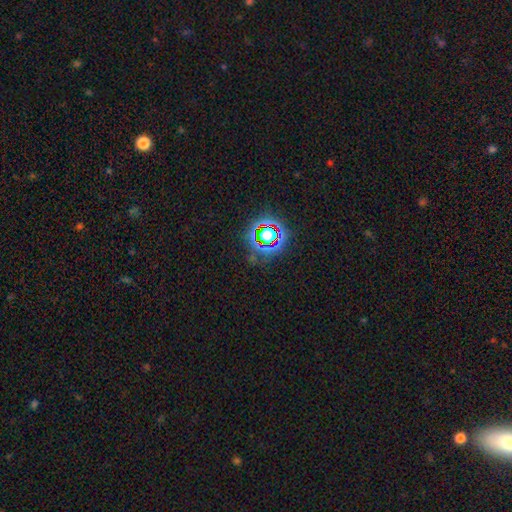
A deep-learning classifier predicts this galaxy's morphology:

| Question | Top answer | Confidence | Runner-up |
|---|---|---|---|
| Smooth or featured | star or artifact | 76% | smooth (15%) |